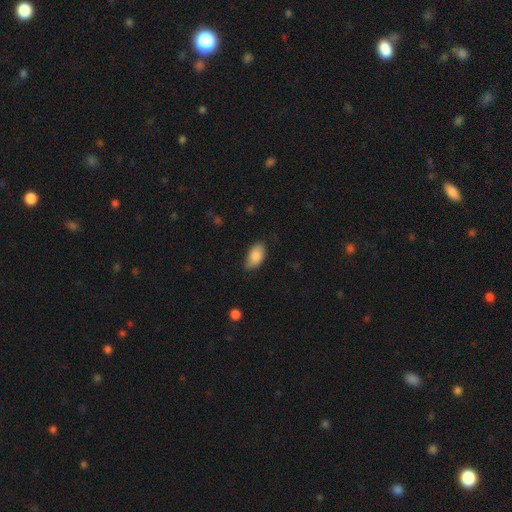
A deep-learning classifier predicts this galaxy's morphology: smooth 87%, featured or disk 7%, star or artifact 6%. Down the decision tree: how rounded — in between (94%); merging — none (70%).